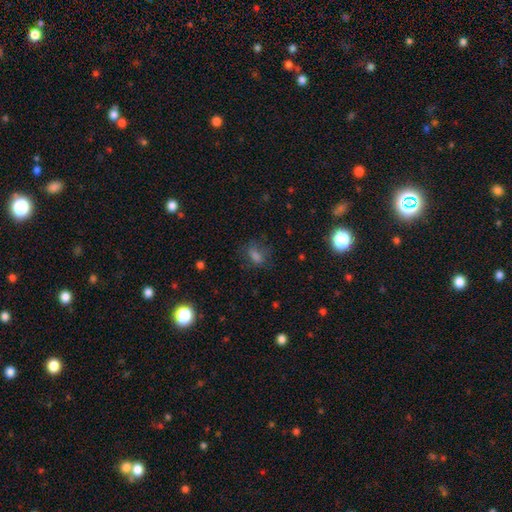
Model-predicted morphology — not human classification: A smooth galaxy with no disk features (64%) that is in between round and cigar-shaped (67%). Merging: none (70%).